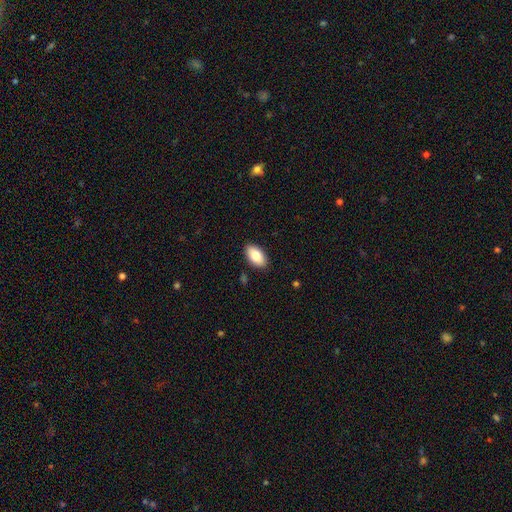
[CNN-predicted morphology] Smooth or featured?
  - smooth: 81% *
  - featured or disk: 12%
  - star or artifact: 7%
How rounded?
  - in between: 94% *
  - round: 4%
  - cigar-shaped: 2%
Merging?
  - none: 89% *
  - minor disturbance: 8%
  - major disturbance: 2%
  - merger: 1%